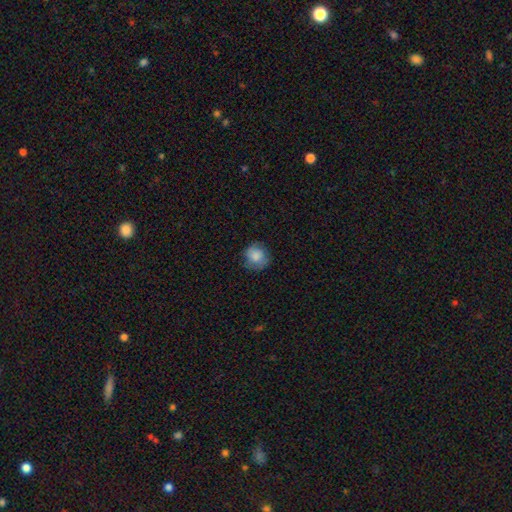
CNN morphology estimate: Overall: smooth (70%). How rounded: round (83%). Merging: none (73%).